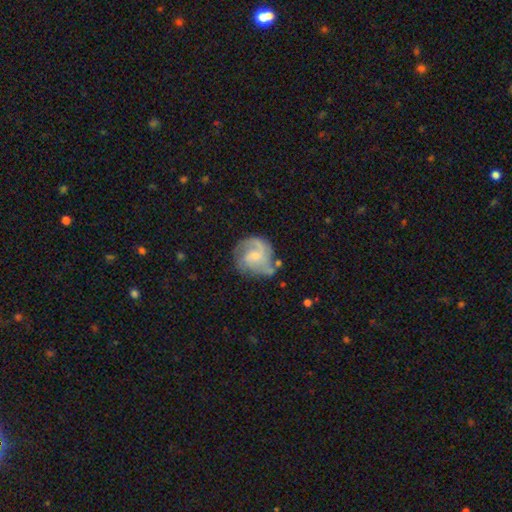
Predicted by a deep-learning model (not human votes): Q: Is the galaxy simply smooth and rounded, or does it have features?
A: featured or disk — 74%.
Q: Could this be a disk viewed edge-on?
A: no — 98%.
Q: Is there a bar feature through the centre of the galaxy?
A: no — 53%.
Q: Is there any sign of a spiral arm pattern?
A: yes — 91%.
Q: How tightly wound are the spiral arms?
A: medium — 47%.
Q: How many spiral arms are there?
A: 2 — 41%.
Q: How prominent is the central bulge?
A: small — 57%.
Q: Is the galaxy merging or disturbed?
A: none — 56%.